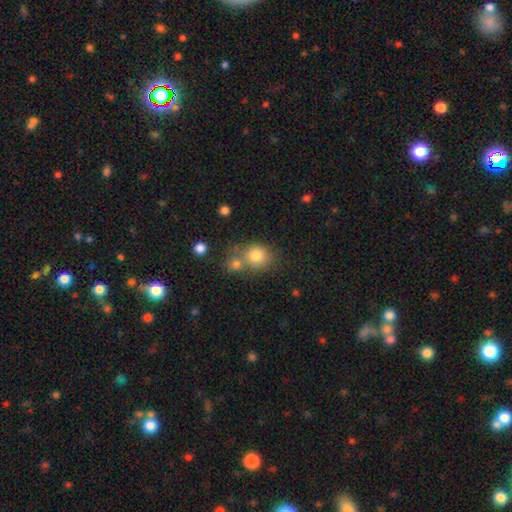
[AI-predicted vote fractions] Smooth or featured?
  - smooth: 79% *
  - star or artifact: 11%
  - featured or disk: 10%
How rounded?
  - round: 77% *
  - in between: 22%
  - cigar-shaped: 1%
Merging?
  - none: 48% *
  - merger: 38%
  - minor disturbance: 11%
  - major disturbance: 4%